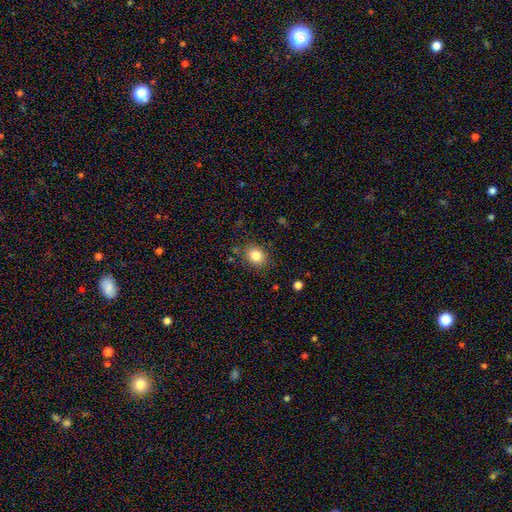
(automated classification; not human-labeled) A smooth galaxy with no disk features (83%) that is round (61%). Merging: none (83%).